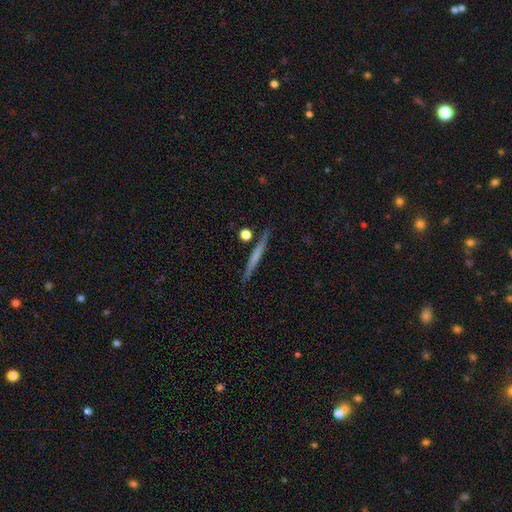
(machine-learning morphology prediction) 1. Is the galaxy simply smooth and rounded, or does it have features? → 49% smooth, 45% featured or disk, 6% star or artifact.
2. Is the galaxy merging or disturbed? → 88% none, 8% minor disturbance, 3% merger, 2% major disturbance.